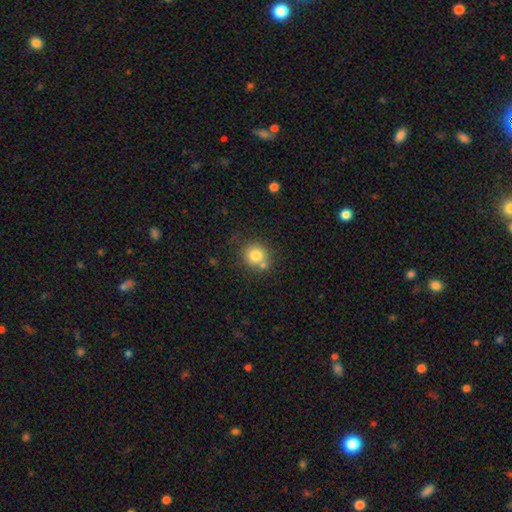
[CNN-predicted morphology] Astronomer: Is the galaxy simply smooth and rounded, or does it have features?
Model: smooth — 79%.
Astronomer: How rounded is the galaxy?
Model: round — 86%.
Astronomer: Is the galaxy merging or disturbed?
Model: none — 68%.